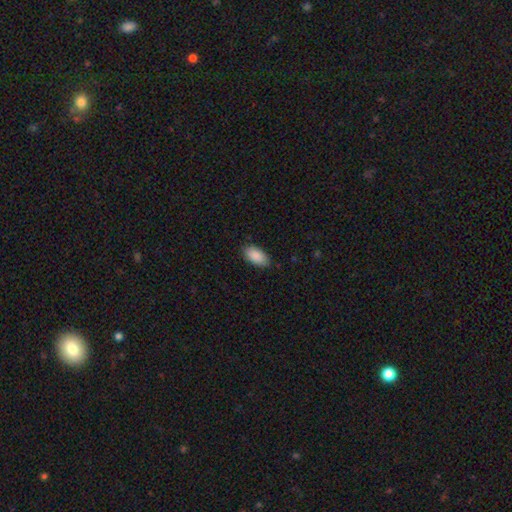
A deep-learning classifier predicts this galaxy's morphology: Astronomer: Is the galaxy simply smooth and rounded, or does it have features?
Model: smooth — 90%.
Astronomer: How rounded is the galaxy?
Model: in between — 95%.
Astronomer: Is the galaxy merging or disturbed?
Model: none — 84%.